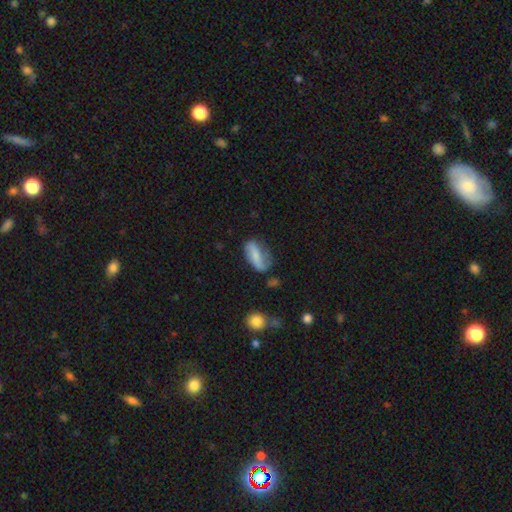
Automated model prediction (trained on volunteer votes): Smooth or featured?
  - smooth: 58% *
  - featured or disk: 34%
  - star or artifact: 8%
How rounded?
  - in between: 81% *
  - cigar-shaped: 15%
  - round: 4%
Merging?
  - none: 52% *
  - minor disturbance: 30%
  - major disturbance: 14%
  - merger: 4%